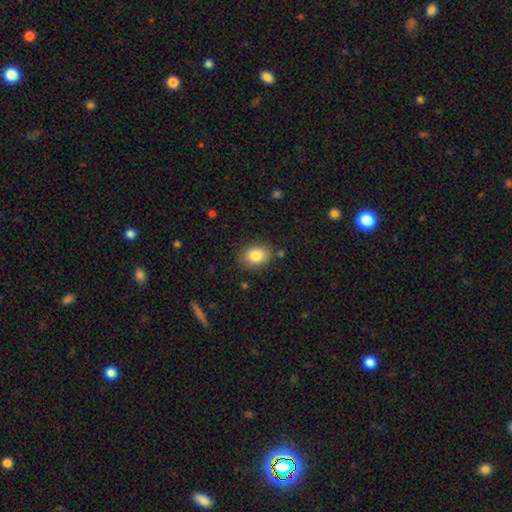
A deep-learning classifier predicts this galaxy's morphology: This appears to be a smooth galaxy with no disk features (84%) that is in between round and cigar-shaped (64%). Merging: none (82%).